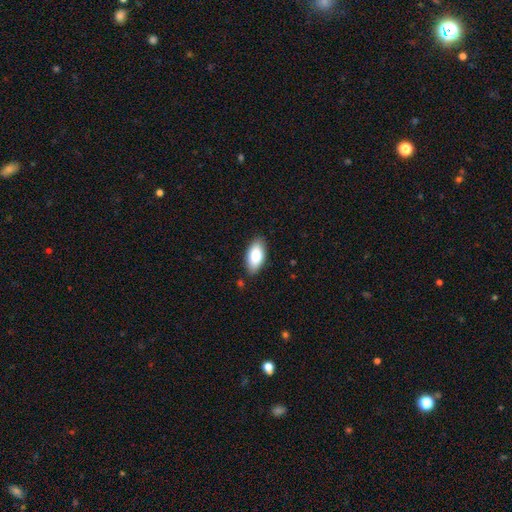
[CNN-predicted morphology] The model was most divided on "smooth or featured": smooth: 81%, featured or disk: 13%, star or artifact: 6%. More confident: how rounded — in between (92%); merging — none (85%).